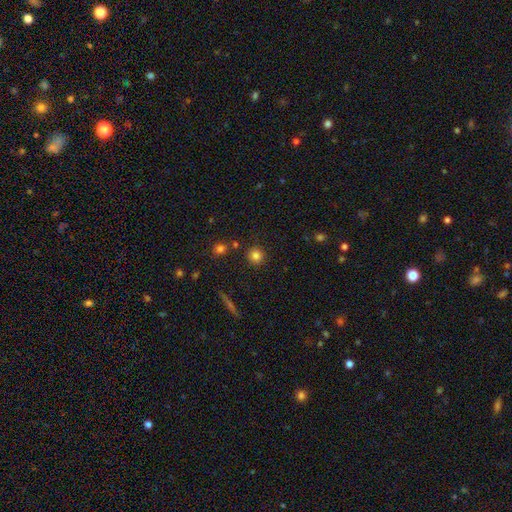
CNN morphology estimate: Smooth or featured?
  - smooth: 81% *
  - star or artifact: 12%
  - featured or disk: 6%
How rounded?
  - round: 92% *
  - in between: 7%
  - cigar-shaped: 1%
Merging?
  - none: 87% *
  - minor disturbance: 7%
  - merger: 4%
  - major disturbance: 2%